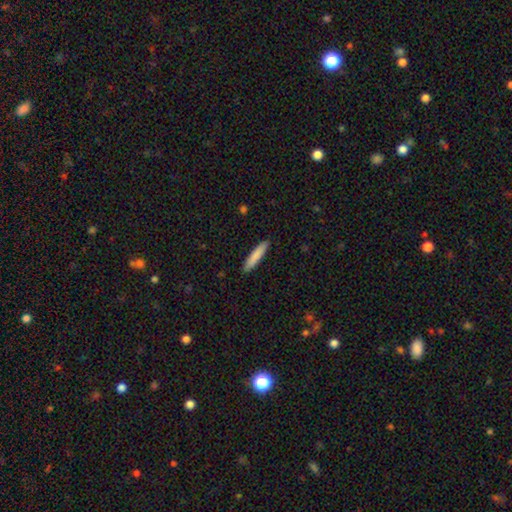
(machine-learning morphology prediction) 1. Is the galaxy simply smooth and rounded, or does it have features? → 84% smooth, 11% featured or disk, 5% star or artifact.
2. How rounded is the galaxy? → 89% cigar-shaped, 9% in between, 1% round.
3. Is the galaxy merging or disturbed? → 90% none, 7% minor disturbance, 1% major disturbance, 1% merger.